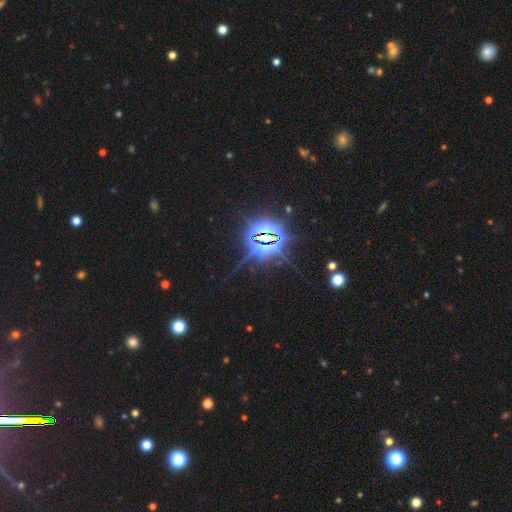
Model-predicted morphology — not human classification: Smooth or featured? star or artifact (85%)